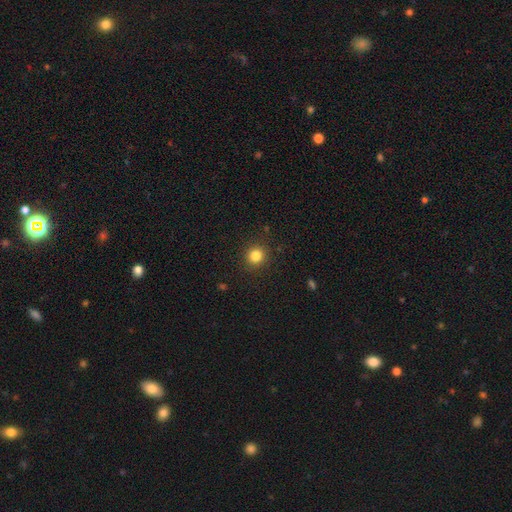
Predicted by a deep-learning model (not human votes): Smooth or featured? smooth (83%)
How rounded? round (91%)
Merging? none (91%)